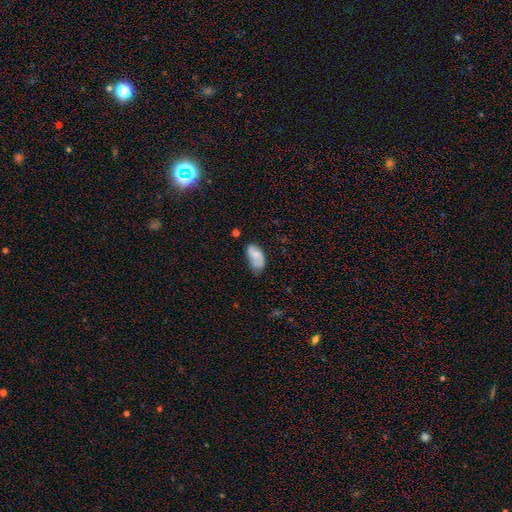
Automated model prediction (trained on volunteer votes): The model was most divided on "merging": none: 42%, minor disturbance: 37%, major disturbance: 15%, merger: 6%. More confident: how rounded — in between (93%); smooth or featured — smooth (61%).